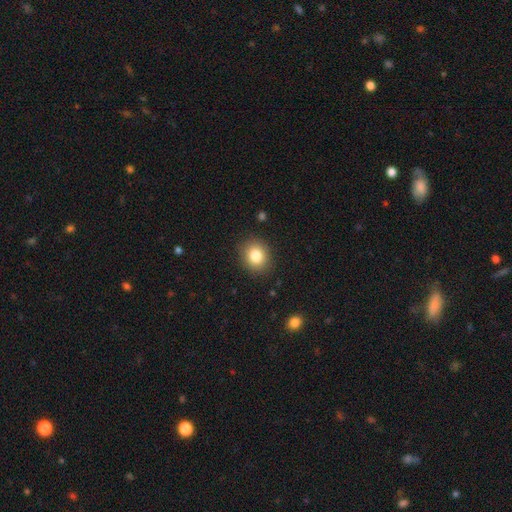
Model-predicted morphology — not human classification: Q: Smooth or featured?
A: smooth (82%); runner-up: star or artifact (10%)
Q: How rounded?
A: round (69%); runner-up: in between (30%)
Q: Merging?
A: none (89%); runner-up: minor disturbance (8%)